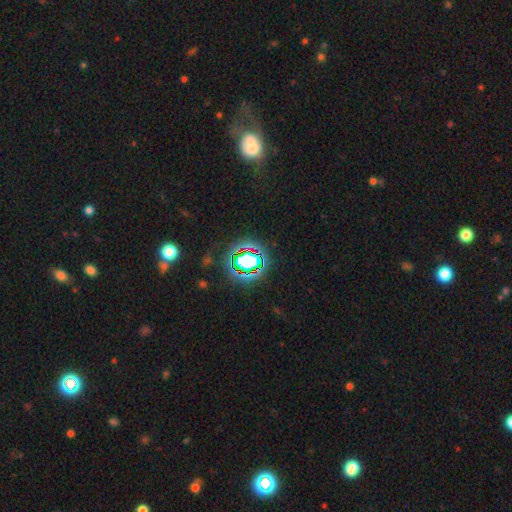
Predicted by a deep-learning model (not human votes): Smooth or featured?
  - star or artifact: 76% *
  - smooth: 14%
  - featured or disk: 10%